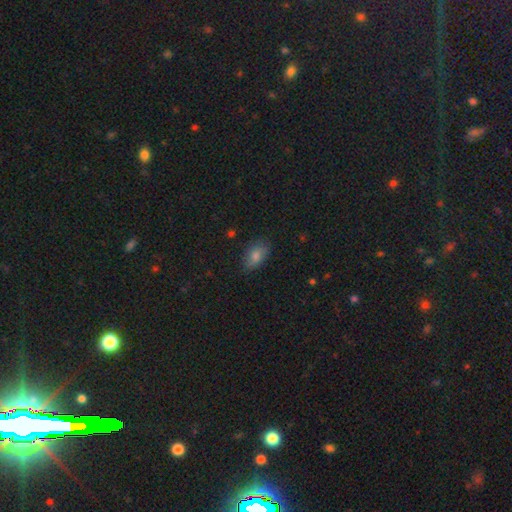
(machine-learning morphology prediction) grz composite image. It shows a smooth galaxy with no disk features (76%) that is in between round and cigar-shaped (88%). Merging: none (81%).